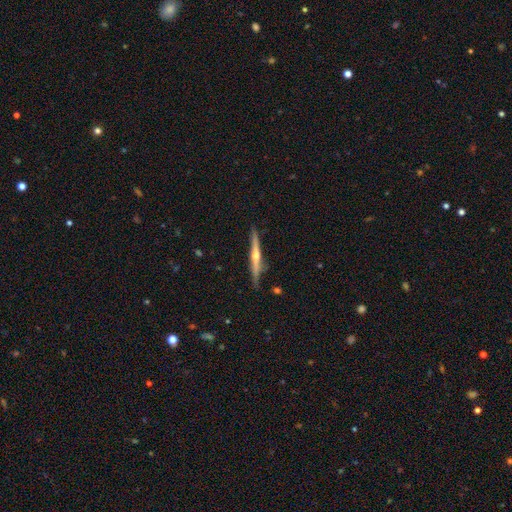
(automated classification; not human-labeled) Overall: featured or disk (73%). Edge-on disk: yes (97%). Edge-on bulge: rounded (86%). Merging: none (85%).